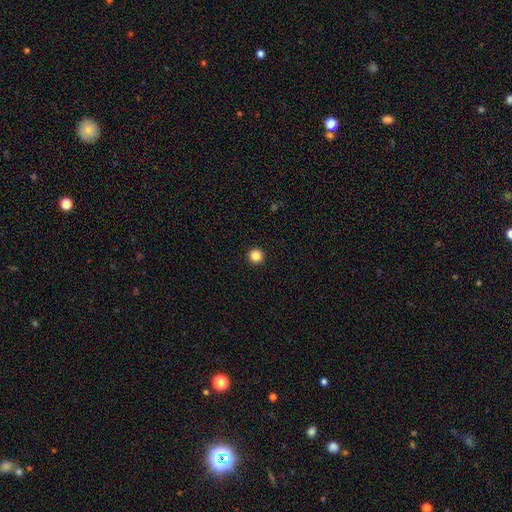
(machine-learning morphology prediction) smooth-or-featured: smooth: 85% | star or artifact: 11% | featured or disk: 3%
  how-rounded: round: 97% | in between: 2% | cigar-shaped: 1%
  merging: none: 94% | minor disturbance: 3% | major disturbance: 1% | merger: 1%